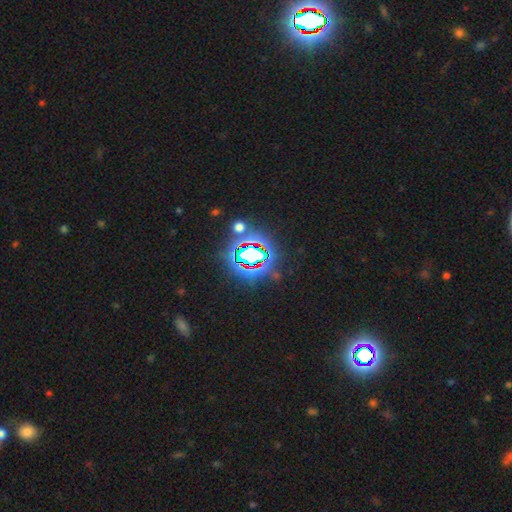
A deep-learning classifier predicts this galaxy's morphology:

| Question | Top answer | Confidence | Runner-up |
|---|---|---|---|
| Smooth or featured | star or artifact | 77% | smooth (13%) |